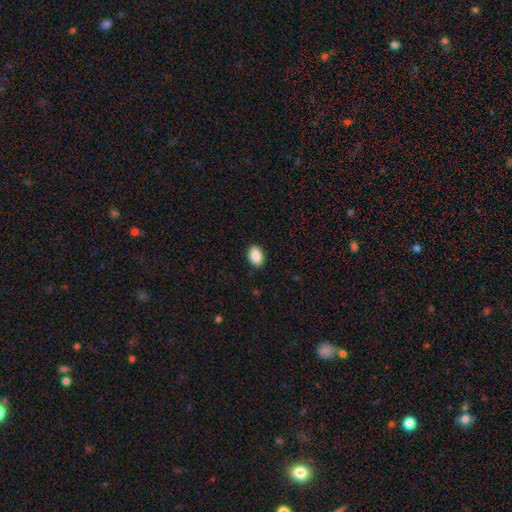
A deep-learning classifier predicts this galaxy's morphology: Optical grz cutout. It shows a smooth galaxy with no disk features (89%) that is in between round and cigar-shaped (83%). Merging: none (90%).